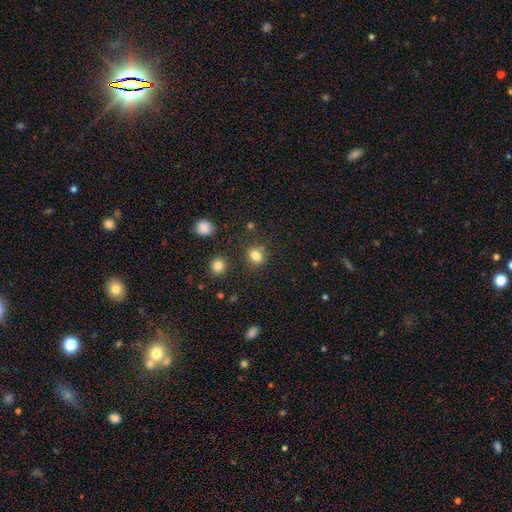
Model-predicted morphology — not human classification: This appears to be a smooth galaxy with no disk features (81%) that is round (51%). Merging: none (78%).